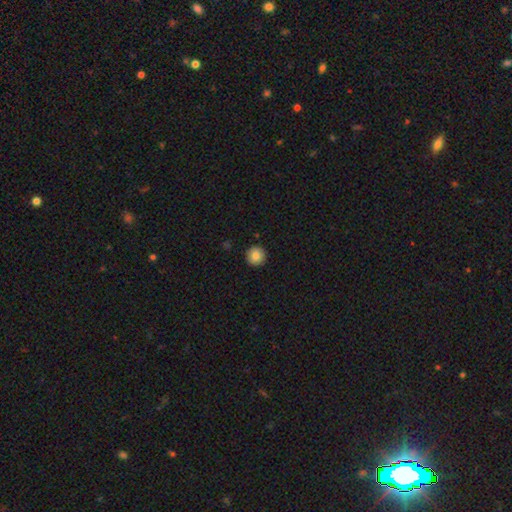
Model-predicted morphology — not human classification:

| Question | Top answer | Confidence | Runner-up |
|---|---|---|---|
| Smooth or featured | smooth | 85% | star or artifact (9%) |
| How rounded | round | 96% | in between (3%) |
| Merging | none | 92% | minor disturbance (5%) |